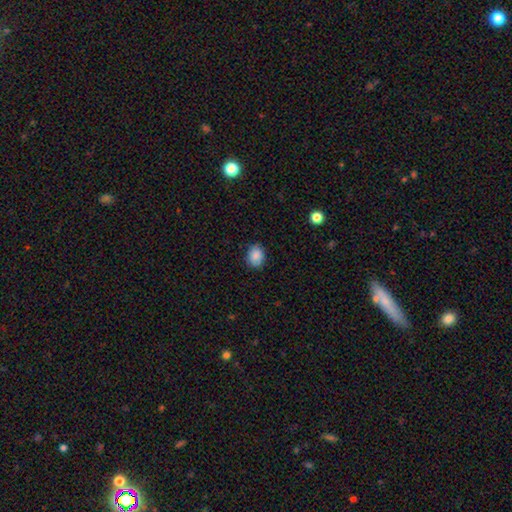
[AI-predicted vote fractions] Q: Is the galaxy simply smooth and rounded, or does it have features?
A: smooth — 87%.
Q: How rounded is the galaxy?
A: in between — 50%.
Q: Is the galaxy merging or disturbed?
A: none — 84%.